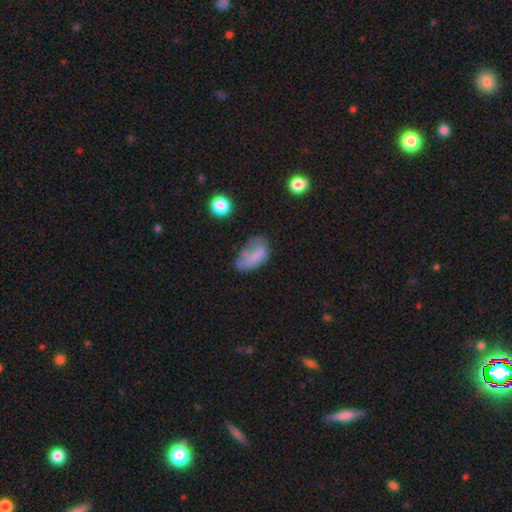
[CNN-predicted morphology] Smooth or featured? smooth (62%)
How rounded? in between (90%)
Merging? none (35%)